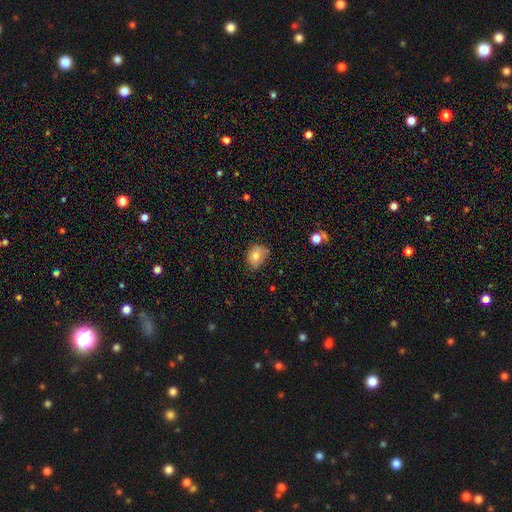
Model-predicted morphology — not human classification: A smooth galaxy with no disk features (77%) that is in between round and cigar-shaped (57%).

Vote fractions:
- Smooth or featured? smooth: 77% / featured or disk: 13% / star or artifact: 10%
- How rounded? in between: 57% / round: 42% / cigar-shaped: 1%
- Merging? none: 58% / minor disturbance: 32% / major disturbance: 8% / merger: 2%